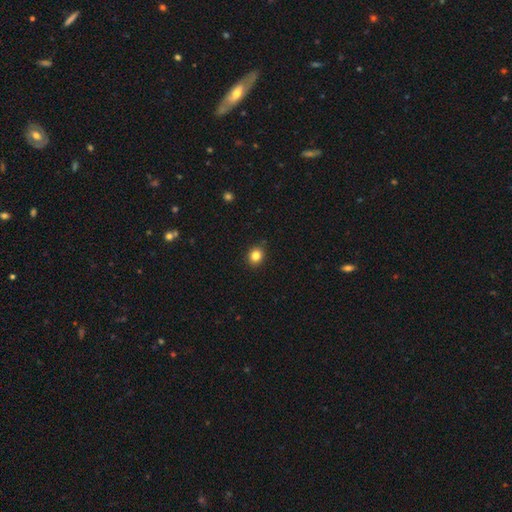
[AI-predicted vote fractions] Q: Smooth or featured?
A: smooth (83%); runner-up: star or artifact (11%)
Q: How rounded?
A: round (69%); runner-up: in between (30%)
Q: Merging?
A: none (89%); runner-up: minor disturbance (8%)